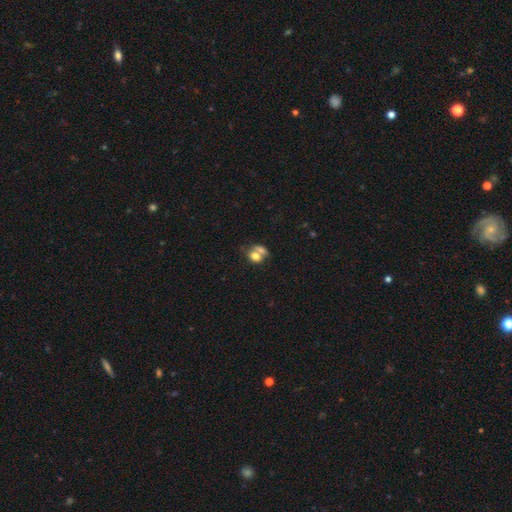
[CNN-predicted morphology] A smooth galaxy with no disk features (70%) that is in between round and cigar-shaped (52%). Merging: merger (59%).